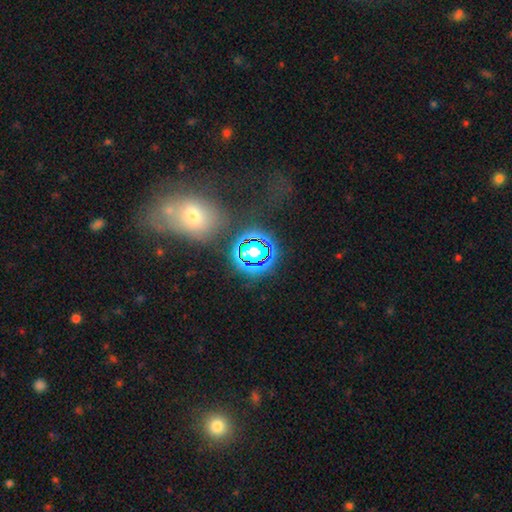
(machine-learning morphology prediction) type=star or artifact (64%).